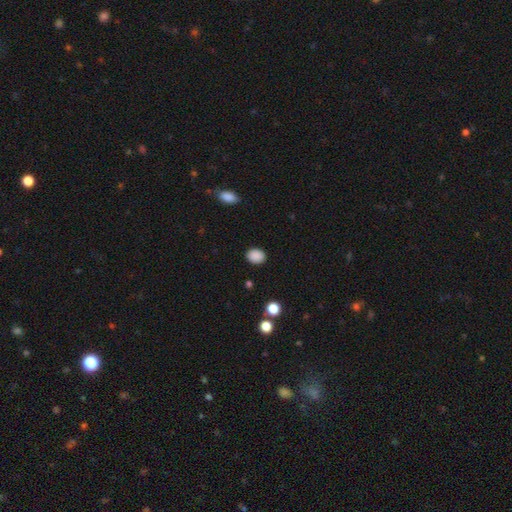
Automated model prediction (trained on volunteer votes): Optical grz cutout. It shows a smooth galaxy with no disk features (88%) that is in between round and cigar-shaped (56%). Merging: none (88%).